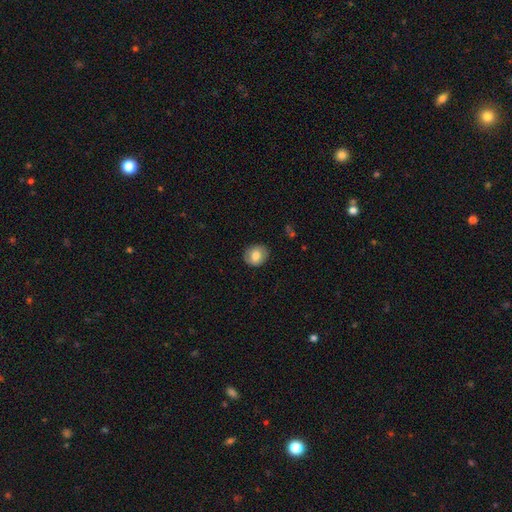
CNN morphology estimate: smooth-or-featured: smooth: 75% | featured or disk: 17% | star or artifact: 8%
  how-rounded: round: 70% | in between: 29% | cigar-shaped: 1%
  merging: none: 86% | minor disturbance: 11% | major disturbance: 3% | merger: 1%